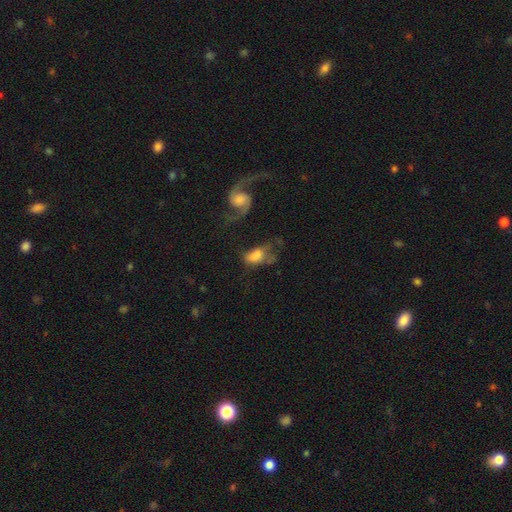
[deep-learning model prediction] Smooth or featured: smooth — 51% (featured or disk — 39%)
How rounded: in between — 83% (round — 13%)
Merging: major disturbance — 36% (none — 24%)